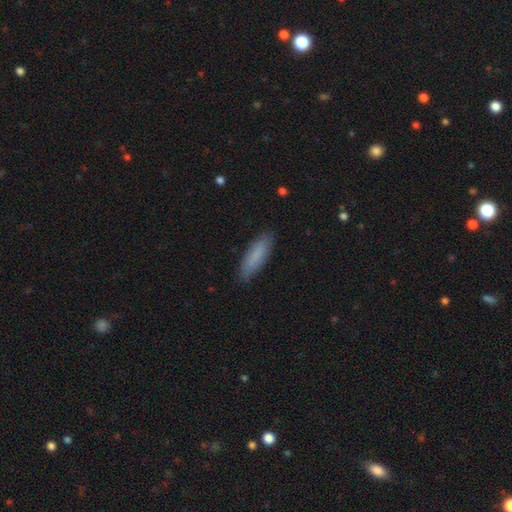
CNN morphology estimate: Overall: smooth (82%). How rounded: cigar-shaped (57%; in between 41%). Merging: none (86%).